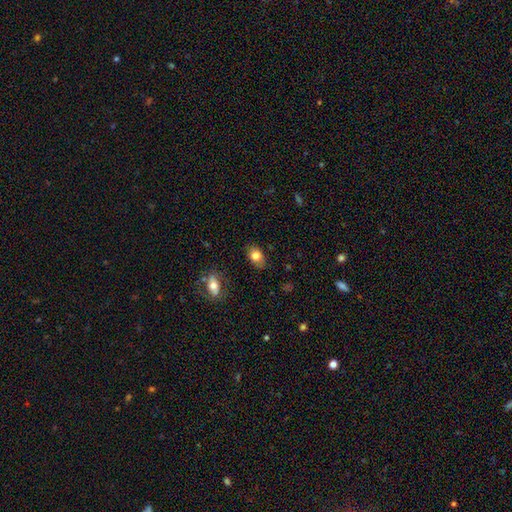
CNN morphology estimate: This appears to be a smooth galaxy with no disk features (80%) that is in between round and cigar-shaped (78%). Merging: none (80%).